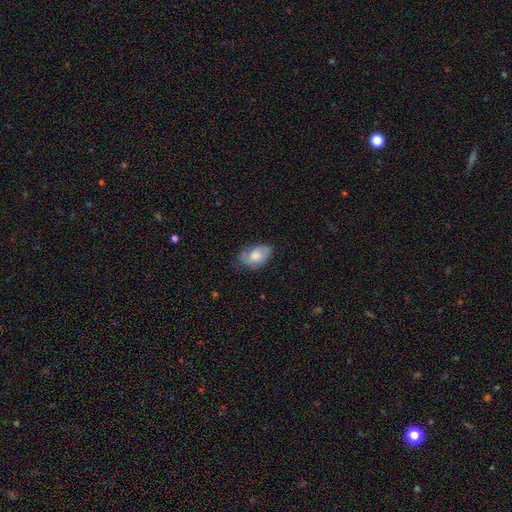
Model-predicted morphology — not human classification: A smooth galaxy with no disk features (67%) that is in between round and cigar-shaped (89%).

Vote fractions:
- Smooth or featured? smooth: 67% / featured or disk: 26% / star or artifact: 7%
- How rounded? in between: 89% / round: 9% / cigar-shaped: 1%
- Merging? none: 59% / minor disturbance: 31% / major disturbance: 9% / merger: 2%